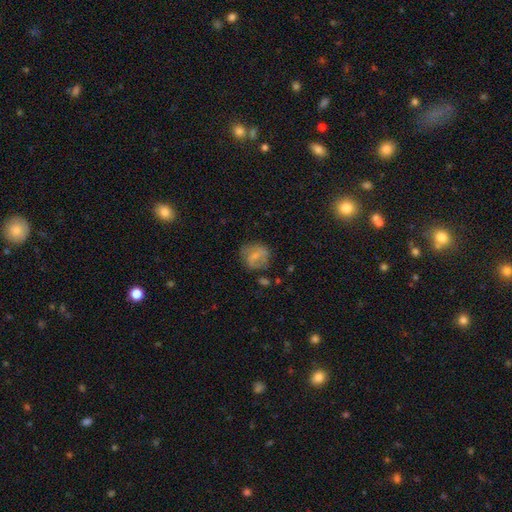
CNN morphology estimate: smooth 58%, featured or disk 33%, star or artifact 10%. Down the decision tree: how rounded — round (73%); merging — none (56%).